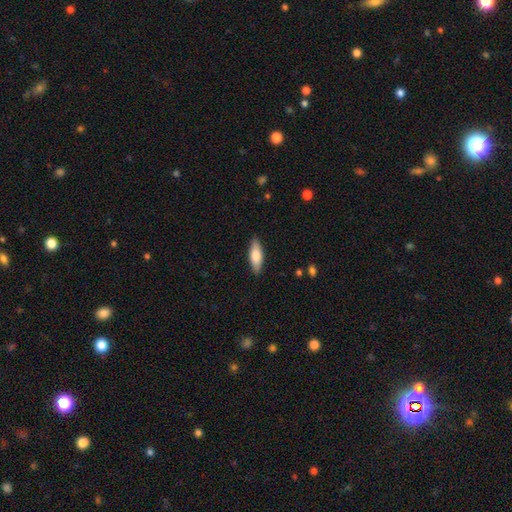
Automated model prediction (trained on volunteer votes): Q: Smooth or featured?
A: smooth (73%); runner-up: featured or disk (21%)
Q: How rounded?
A: in between (63%); runner-up: cigar-shaped (35%)
Q: Merging?
A: none (88%); runner-up: minor disturbance (10%)